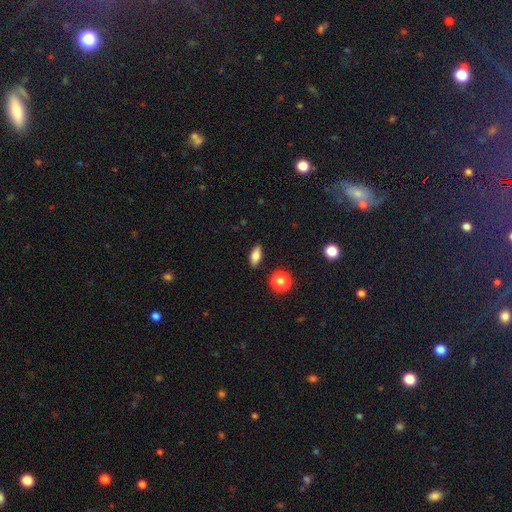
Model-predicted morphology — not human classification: Smooth or featured? smooth (77%)
How rounded? in between (80%)
Merging? none (88%)